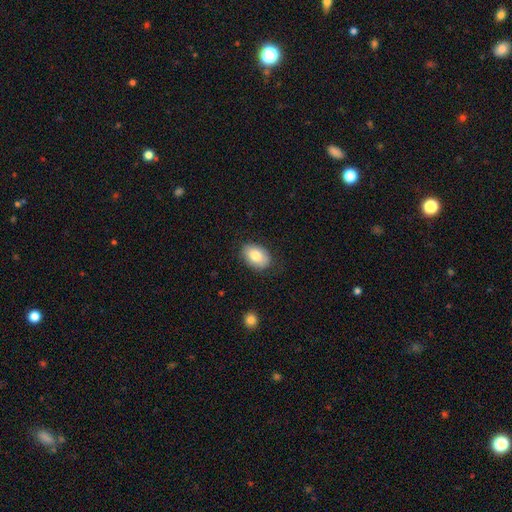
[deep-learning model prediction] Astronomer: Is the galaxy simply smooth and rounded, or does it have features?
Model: smooth — 81%.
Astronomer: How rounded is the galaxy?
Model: in between — 84%.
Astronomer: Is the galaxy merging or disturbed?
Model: none — 80%.